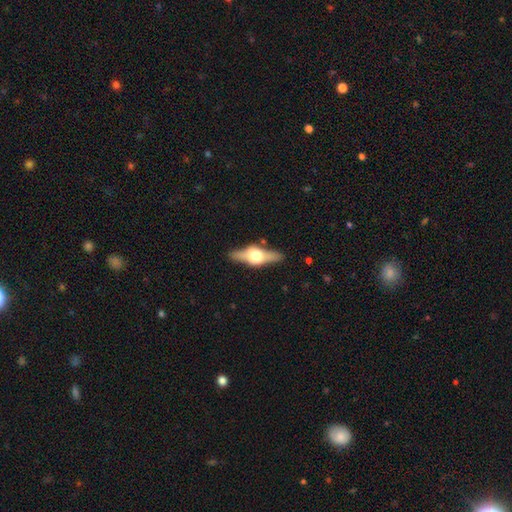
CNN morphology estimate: smooth-or-featured: featured or disk: 73% | smooth: 21% | star or artifact: 6%
  disk-edge-on: yes: 95% | no: 5%
    edge-on-bulge: rounded: 92% | boxy: 7% | none: 1%
  merging: none: 83% | minor disturbance: 12% | major disturbance: 3% | merger: 2%